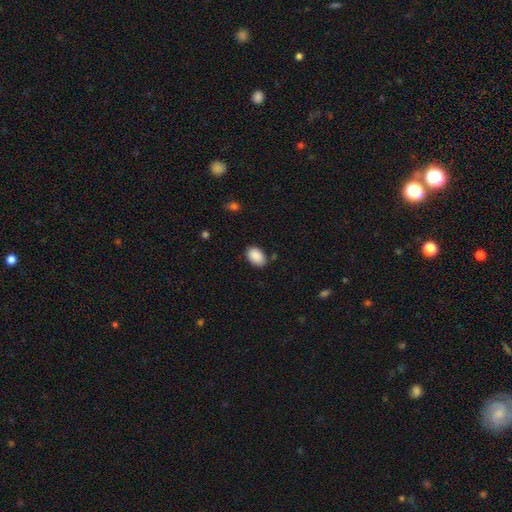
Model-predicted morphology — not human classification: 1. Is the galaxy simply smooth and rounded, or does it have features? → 90% smooth, 7% star or artifact, 3% featured or disk.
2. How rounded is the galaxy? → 88% in between, 11% round, 1% cigar-shaped.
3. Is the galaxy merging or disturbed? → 81% none, 14% minor disturbance, 3% major disturbance, 2% merger.